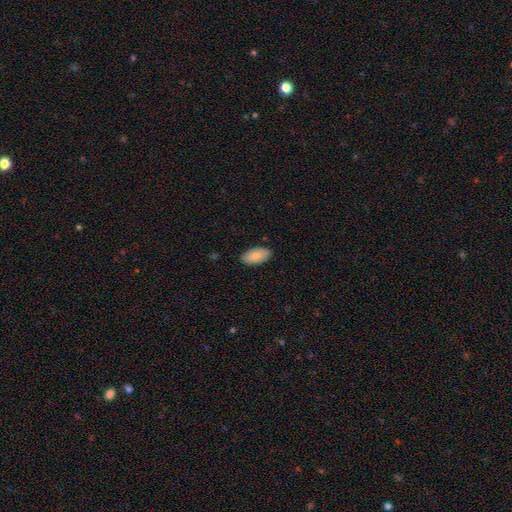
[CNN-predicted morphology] A smooth galaxy with no disk features (86%) that is in between round and cigar-shaped (95%). Merging: none (88%).